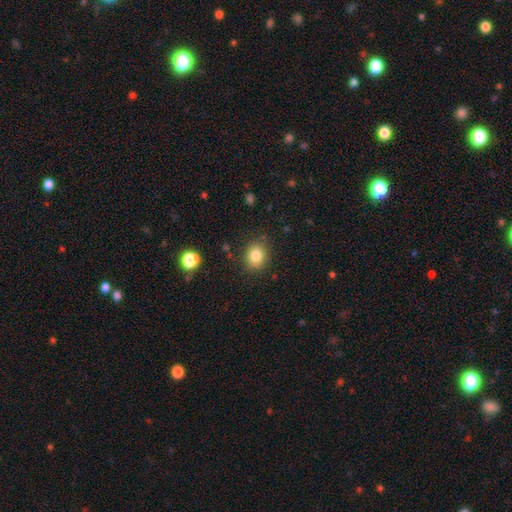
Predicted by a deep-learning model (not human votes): Smooth or featured? smooth (83%)
How rounded? round (65%)
Merging? none (84%)